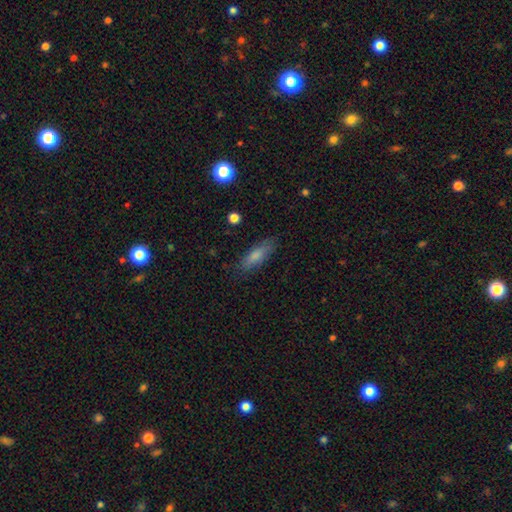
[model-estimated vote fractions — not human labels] A smooth galaxy with no disk features (77%) that is cigar-shaped (51%). Merging: none (83%).